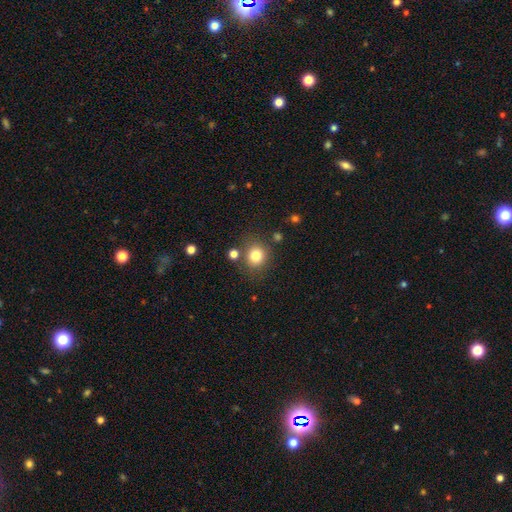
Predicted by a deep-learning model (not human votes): A smooth galaxy with no disk features (80%) that is round (85%).

Vote fractions:
- Smooth or featured? smooth: 80% / star or artifact: 12% / featured or disk: 8%
- How rounded? round: 85% / in between: 14% / cigar-shaped: 1%
- Merging? none: 78% / minor disturbance: 11% / merger: 7% / major disturbance: 4%